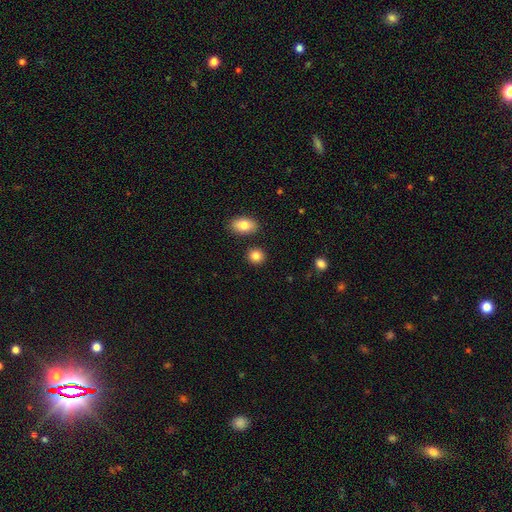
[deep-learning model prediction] This appears to be a smooth galaxy with no disk features (85%) that is round (78%). Merging: none (86%).